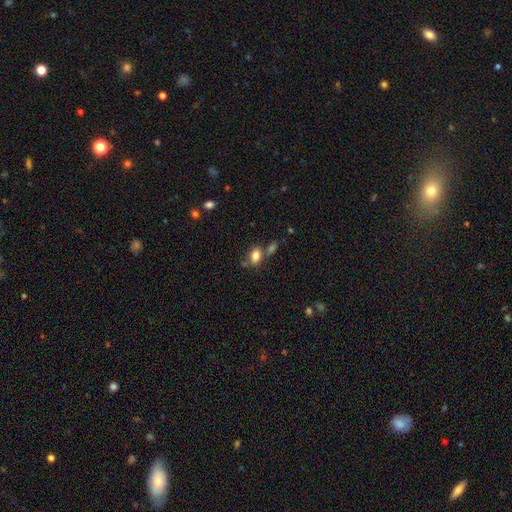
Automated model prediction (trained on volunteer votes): The model was most divided on "merging": none: 60%, merger: 22%, minor disturbance: 14%, major disturbance: 5%. More confident: how rounded — in between (85%); smooth or featured — smooth (82%).